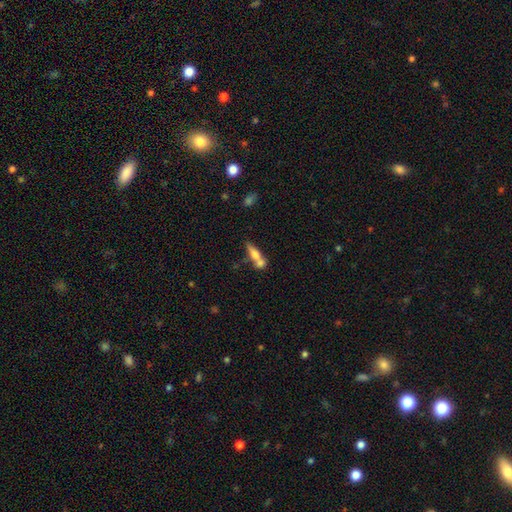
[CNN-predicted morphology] Smooth or featured?
  - smooth: 55% *
  - featured or disk: 36%
  - star or artifact: 8%
How rounded?
  - cigar-shaped: 55% *
  - in between: 39%
  - round: 5%
Merging?
  - merger: 50% *
  - none: 33%
  - minor disturbance: 11%
  - major disturbance: 6%